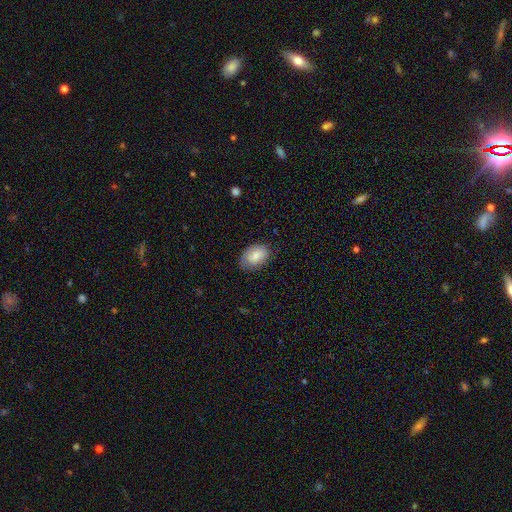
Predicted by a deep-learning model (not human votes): smooth 80%, featured or disk 14%, star or artifact 7%. Down the decision tree: how rounded — in between (85%); merging — none (74%).